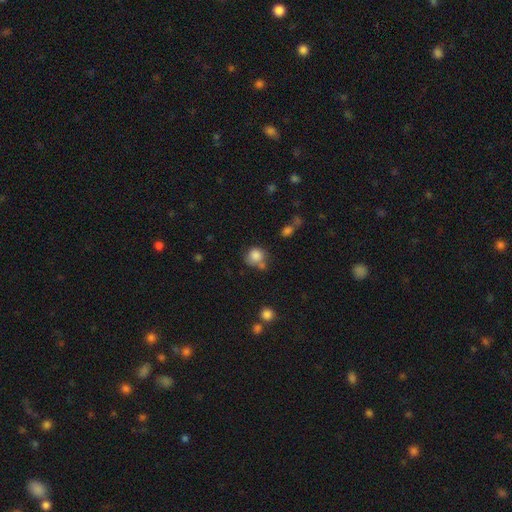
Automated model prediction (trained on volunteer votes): Morphology: type=smooth (83%); roundness=round (81%); merging=none (54%).